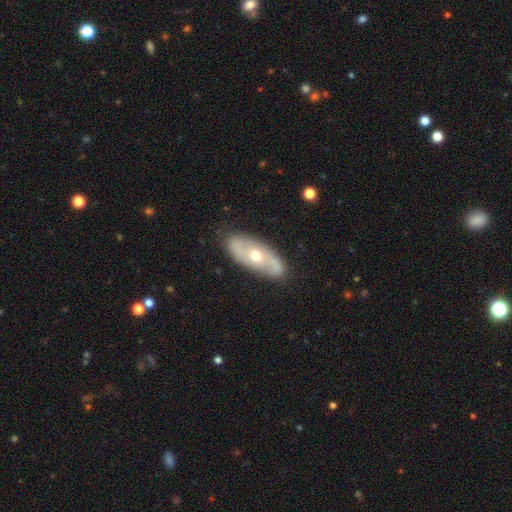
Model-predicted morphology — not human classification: featured or disk 67%, smooth 27%, star or artifact 6%. Down the decision tree: edge-on disk — no (85%); bar — no (77%); spiral arms — yes (60%); bulge size — moderate (68%); merging — none (82%).